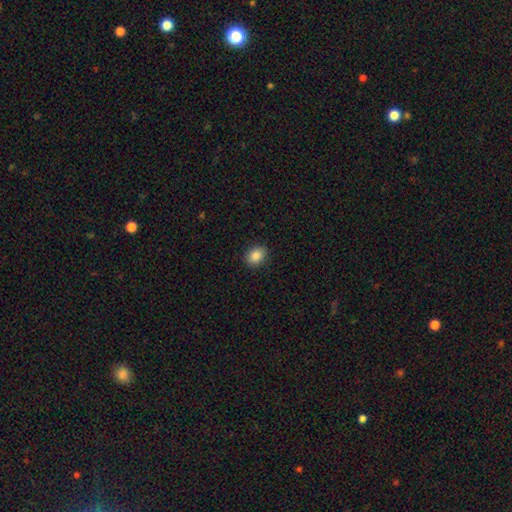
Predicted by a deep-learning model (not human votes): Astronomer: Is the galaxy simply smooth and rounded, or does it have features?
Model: smooth — 87%.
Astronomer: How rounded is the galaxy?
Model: in between — 52% (runner-up: round, 47%).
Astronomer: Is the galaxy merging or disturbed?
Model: none — 88%.